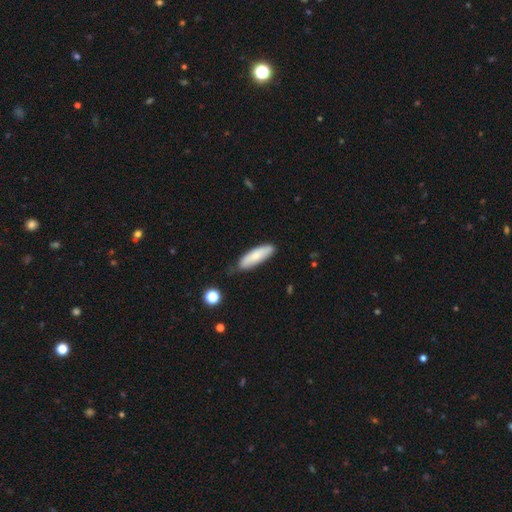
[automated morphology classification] Smooth or featured?
  - smooth: 77% *
  - featured or disk: 17%
  - star or artifact: 6%
How rounded?
  - cigar-shaped: 50% *
  - in between: 48%
  - round: 2%
Merging?
  - none: 73% *
  - minor disturbance: 21%
  - major disturbance: 3%
  - merger: 3%